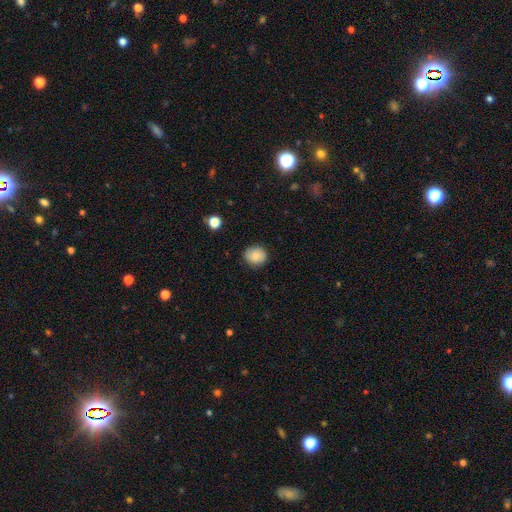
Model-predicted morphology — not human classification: The model was most divided on "how rounded": round: 80%, in between: 19%, cigar-shaped: 1%. More confident: merging — none (87%); smooth or featured — smooth (86%).